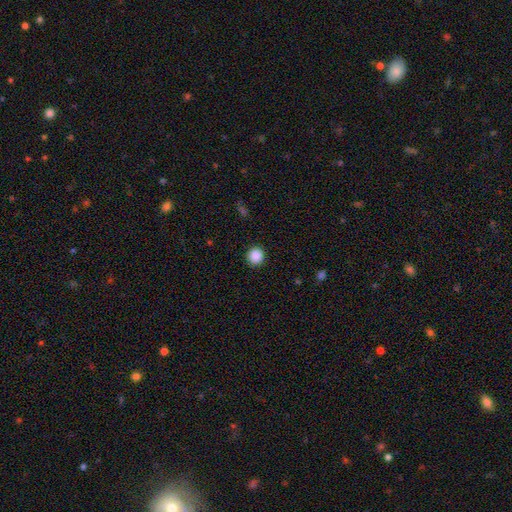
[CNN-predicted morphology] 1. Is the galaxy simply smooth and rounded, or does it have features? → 89% smooth, 9% star or artifact, 2% featured or disk.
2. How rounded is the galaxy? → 90% round, 9% in between, 1% cigar-shaped.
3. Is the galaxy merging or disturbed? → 92% none, 5% minor disturbance, 2% major disturbance, 1% merger.